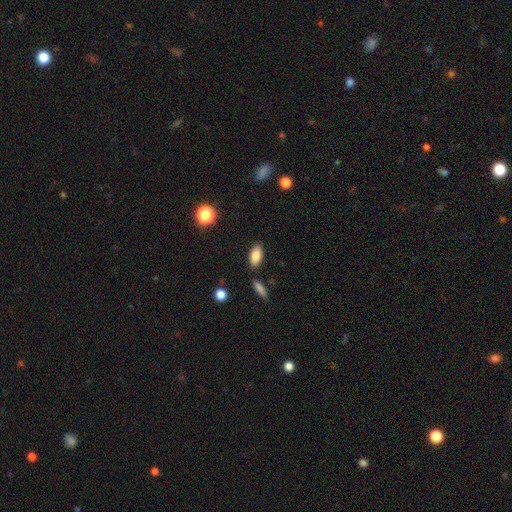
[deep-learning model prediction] smooth_or_featured: smooth (p=0.84) [alt: featured or disk p=0.08]
how_rounded: in between (p=0.88) [alt: cigar-shaped p=0.08]
merging: none (p=0.84) [alt: minor disturbance p=0.10]